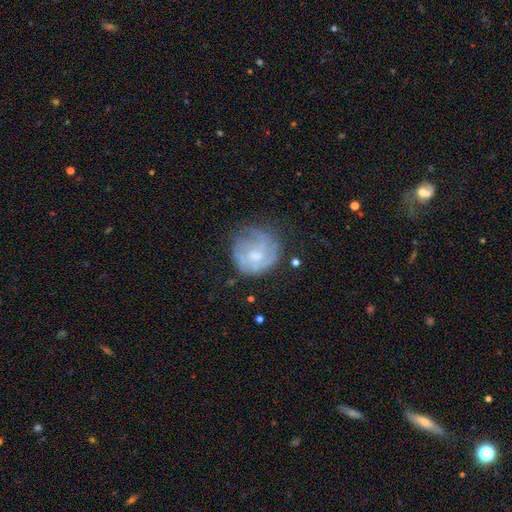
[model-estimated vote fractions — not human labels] Q: Smooth or featured?
A: featured or disk (59%); runner-up: smooth (33%)
Q: Edge-on disk?
A: no (98%); runner-up: yes (2%)
Q: Bar?
A: no (64%); runner-up: weak (31%)
Q: Spiral arms?
A: yes (64%); runner-up: no (36%)
Q: Bulge size?
A: moderate (47%); runner-up: small (34%)
Q: Merging?
A: none (55%); runner-up: minor disturbance (24%)